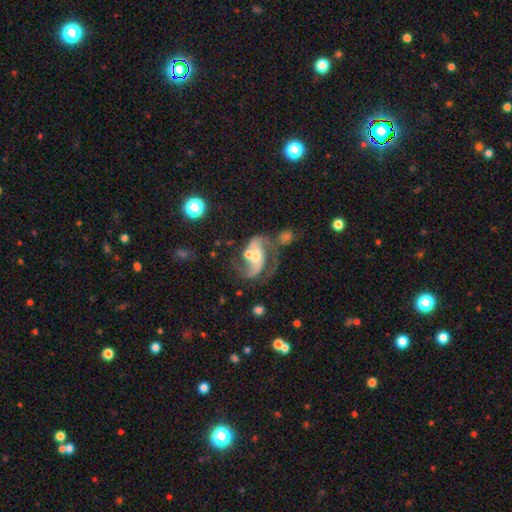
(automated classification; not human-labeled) Morphology: type=featured or disk (83%); edge-on=no (97%); bar=no (46%); spiral arms=yes (92%); winding=loose (44%, tied with medium); arm count=2 (82%); bulge=moderate (54%); merging=none (33%).